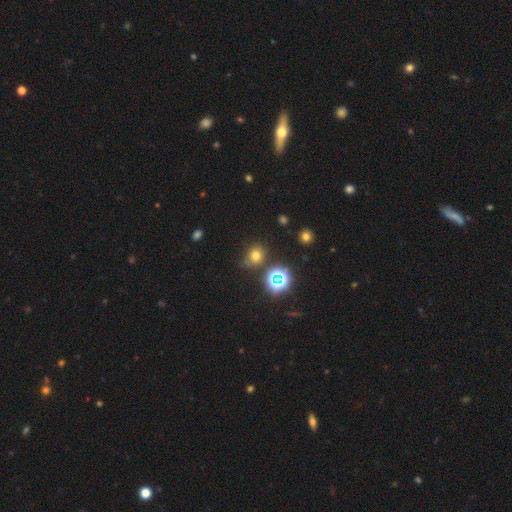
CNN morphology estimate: Smooth or featured?
  - smooth: 67% *
  - star or artifact: 26%
  - featured or disk: 8%
How rounded?
  - round: 72% *
  - in between: 27%
  - cigar-shaped: 1%
Merging?
  - none: 69% *
  - minor disturbance: 19%
  - major disturbance: 6%
  - merger: 5%